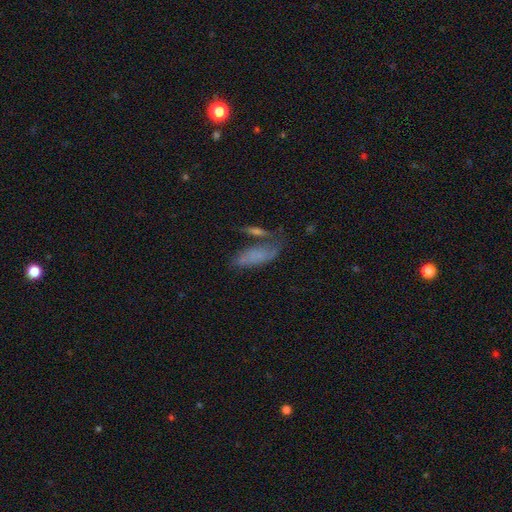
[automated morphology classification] Smooth or featured: smooth — 62% (featured or disk — 26%)
How rounded: in between — 68% (cigar-shaped — 28%)
Merging: none — 38% (merger — 26%)